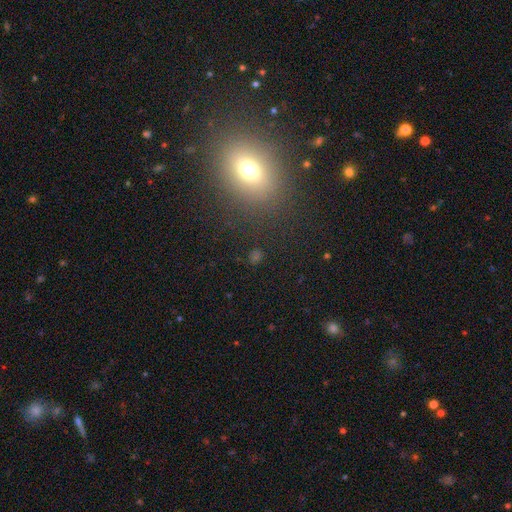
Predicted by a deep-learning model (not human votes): smooth_or_featured: smooth (p=0.53) [alt: star or artifact p=0.35]
how_rounded: round (p=0.53) [alt: in between p=0.43]
merging: none (p=0.79) [alt: minor disturbance p=0.11]